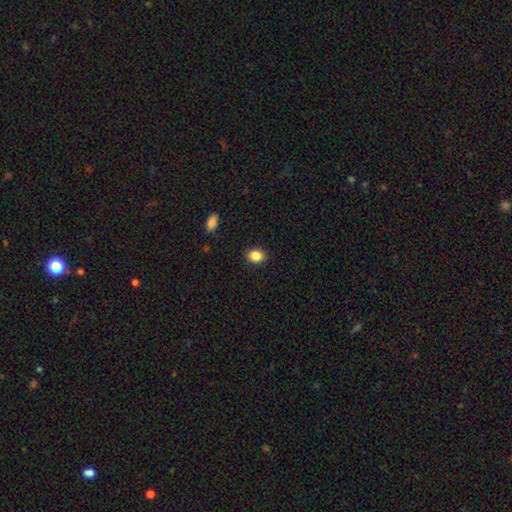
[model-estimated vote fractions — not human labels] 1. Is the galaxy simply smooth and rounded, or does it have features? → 87% smooth, 9% star or artifact, 4% featured or disk.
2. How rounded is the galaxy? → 50% round, 49% in between, 1% cigar-shaped.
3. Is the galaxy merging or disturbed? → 90% none, 7% minor disturbance, 2% major disturbance, 1% merger.